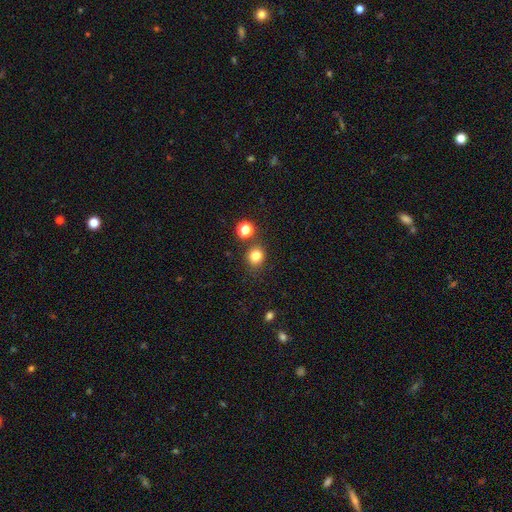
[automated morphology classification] smooth_or_featured: smooth (p=0.82) [alt: star or artifact p=0.13]
how_rounded: round (p=0.76) [alt: in between p=0.23]
merging: none (p=0.79) [alt: minor disturbance p=0.10]